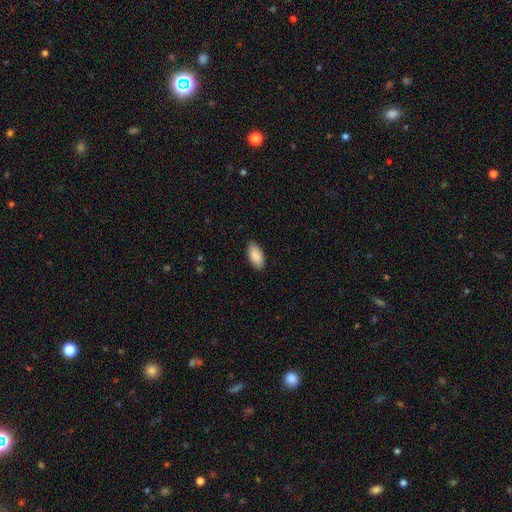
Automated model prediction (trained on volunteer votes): smooth_or_featured: smooth (p=0.91) [alt: star or artifact p=0.06]
how_rounded: in between (p=0.93) [alt: cigar-shaped p=0.05]
merging: none (p=0.89) [alt: minor disturbance p=0.08]